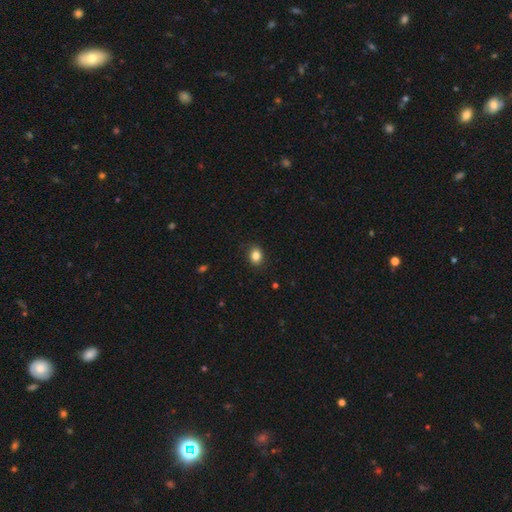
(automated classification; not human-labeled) Smooth or featured? Predicted: smooth (p=0.85). How rounded? Predicted: round (p=0.51). Merging? Predicted: none (p=0.87).